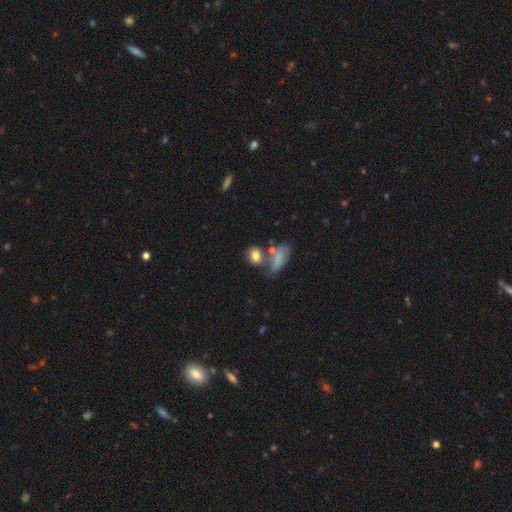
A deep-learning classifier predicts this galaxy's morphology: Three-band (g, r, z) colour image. It shows a smooth galaxy with no disk features (79%) that is in between round and cigar-shaped (59%). Merging: none (49%).